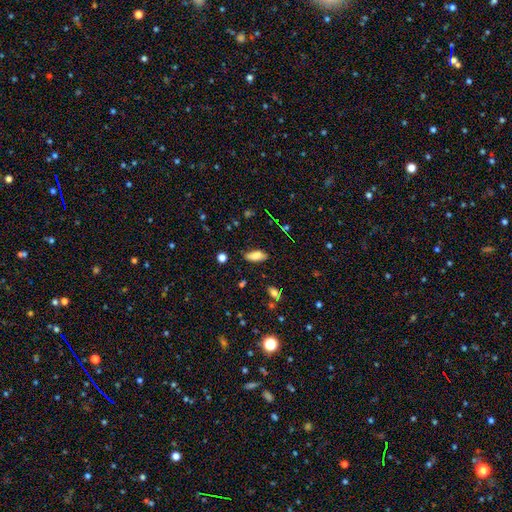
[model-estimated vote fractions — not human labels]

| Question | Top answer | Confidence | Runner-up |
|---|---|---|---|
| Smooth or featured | smooth | 80% | featured or disk (11%) |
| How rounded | in between | 85% | cigar-shaped (12%) |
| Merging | none | 81% | minor disturbance (15%) |